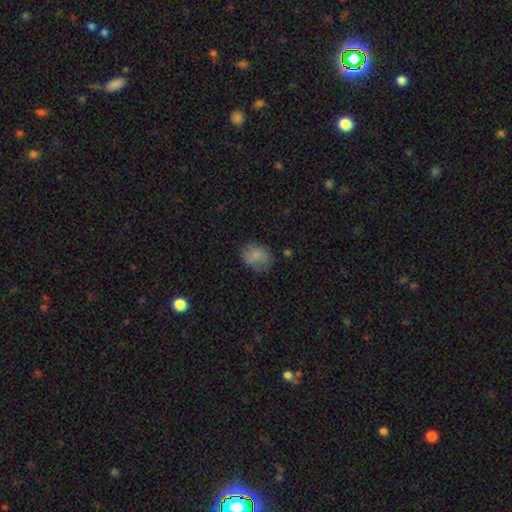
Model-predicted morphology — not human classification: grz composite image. It shows a smooth galaxy with no disk features (79%) that is round (52%). Merging: none (72%).